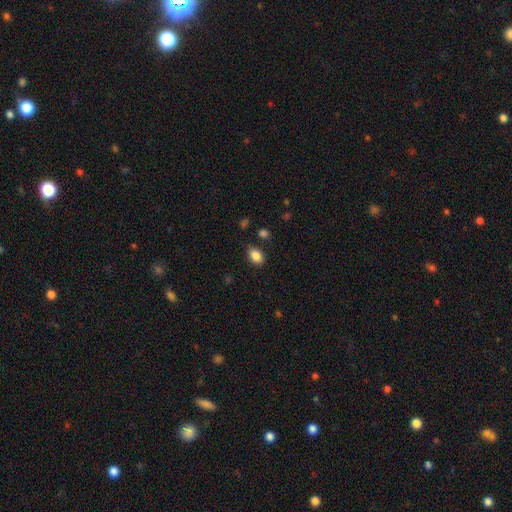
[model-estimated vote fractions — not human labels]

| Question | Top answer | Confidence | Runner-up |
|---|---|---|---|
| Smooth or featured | smooth | 86% | star or artifact (9%) |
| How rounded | in between | 82% | round (17%) |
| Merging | none | 79% | minor disturbance (15%) |